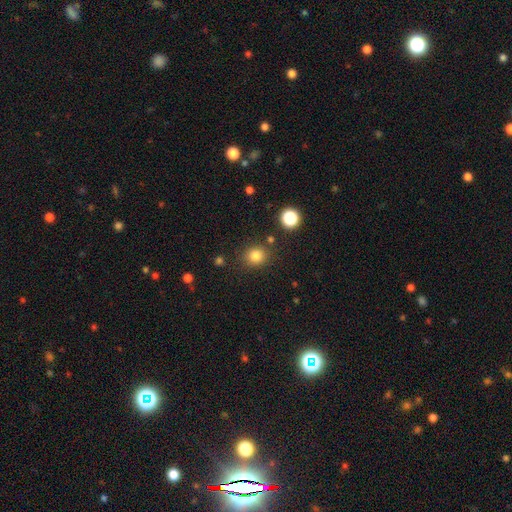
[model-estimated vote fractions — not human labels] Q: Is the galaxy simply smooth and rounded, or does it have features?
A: smooth — 81%.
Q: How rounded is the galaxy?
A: round — 77%.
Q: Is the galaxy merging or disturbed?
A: none — 84%.